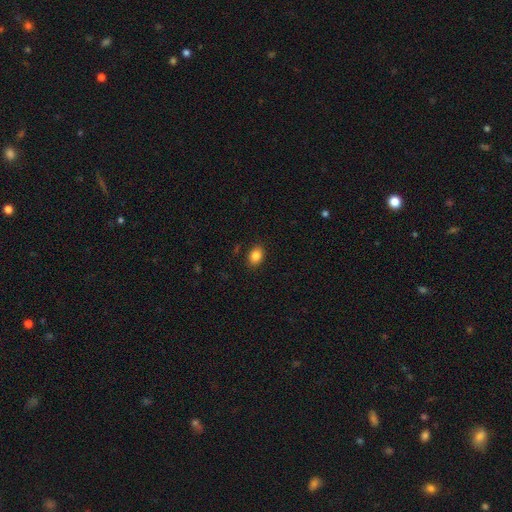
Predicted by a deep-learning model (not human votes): This is clearly a smooth galaxy (85%). How rounded: likely in between (75%). Merging: clearly none (88%).